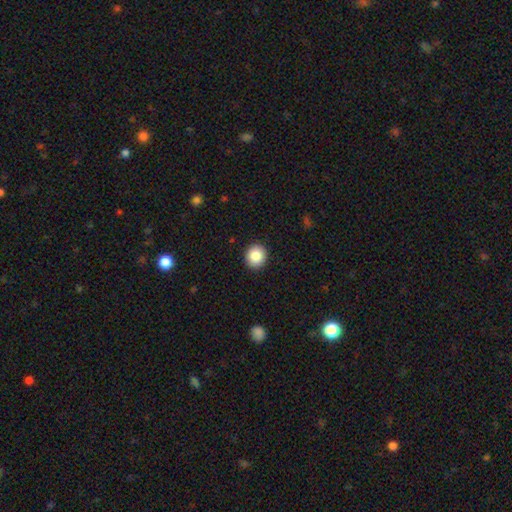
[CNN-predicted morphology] Smooth or featured? Predicted: smooth (p=0.87). How rounded? Predicted: round (p=0.87). Merging? Predicted: none (p=0.92).